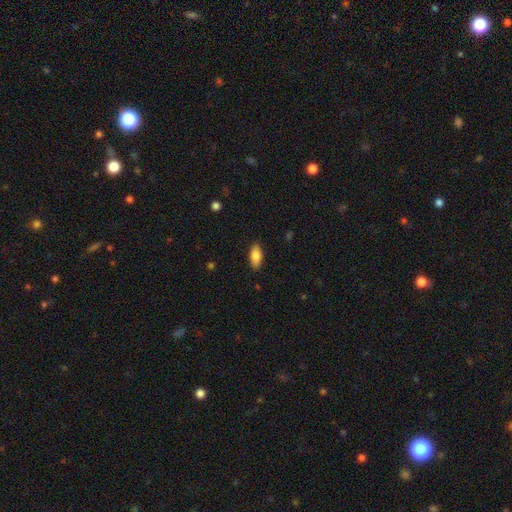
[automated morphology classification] Smooth or featured? Predicted: smooth (p=0.84). How rounded? Predicted: in between (p=0.88). Merging? Predicted: none (p=0.87).